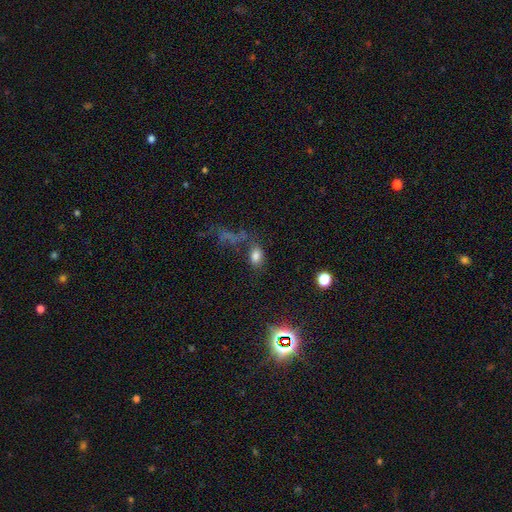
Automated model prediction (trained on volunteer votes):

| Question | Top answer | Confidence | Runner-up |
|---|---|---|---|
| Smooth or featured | smooth | 76% | star or artifact (16%) |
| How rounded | in between | 83% | round (14%) |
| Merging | none | 59% | minor disturbance (16%) |